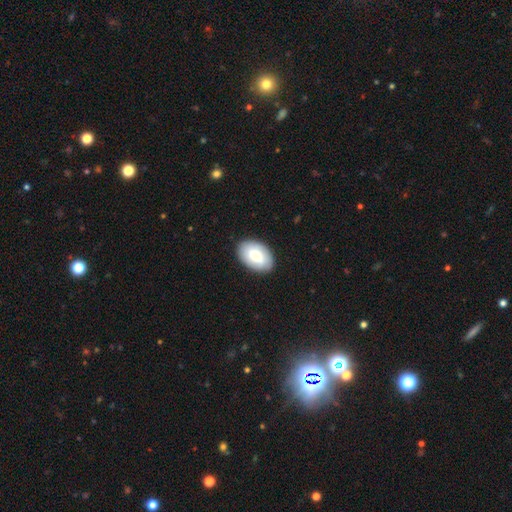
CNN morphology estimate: smooth-or-featured: smooth: 76% | featured or disk: 19% | star or artifact: 6%
  how-rounded: in between: 91% | round: 8% | cigar-shaped: 1%
  merging: none: 87% | minor disturbance: 10% | major disturbance: 2% | merger: 1%